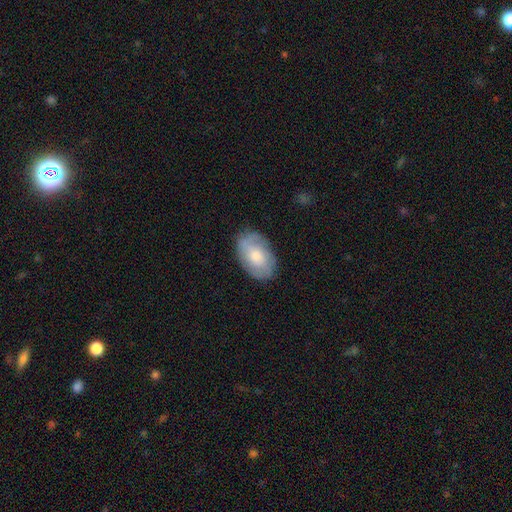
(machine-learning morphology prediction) type=smooth (52%); roundness=in between (91%); merging=none (80%).